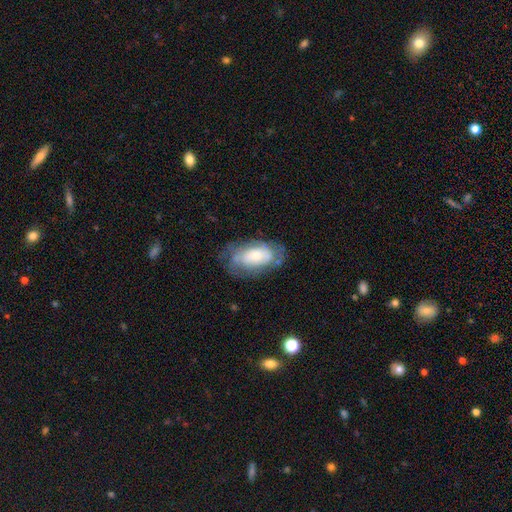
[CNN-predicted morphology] Smooth or featured? Predicted: smooth (p=0.49). Merging? Predicted: none (p=0.61).